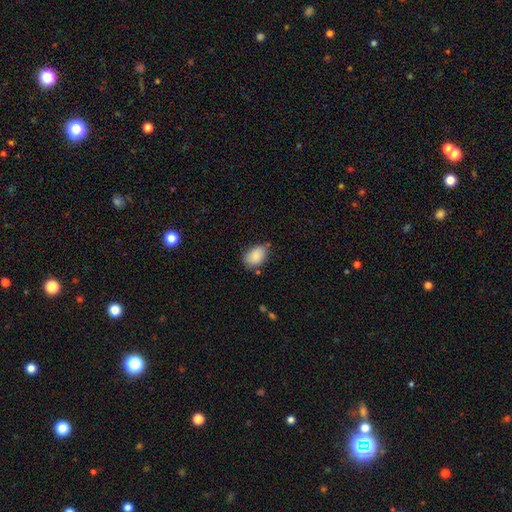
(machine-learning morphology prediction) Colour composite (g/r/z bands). It shows a smooth galaxy with no disk features (88%) that is in between round and cigar-shaped (88%). Merging: none (67%).